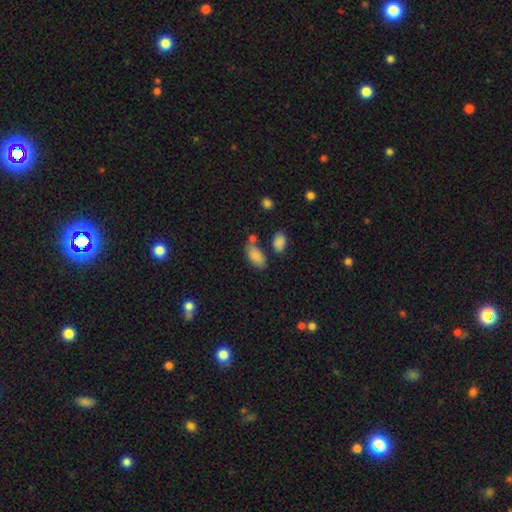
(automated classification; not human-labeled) Q: Smooth or featured?
A: smooth (86%); runner-up: star or artifact (8%)
Q: How rounded?
A: in between (93%); runner-up: cigar-shaped (4%)
Q: Merging?
A: none (62%); runner-up: minor disturbance (17%)